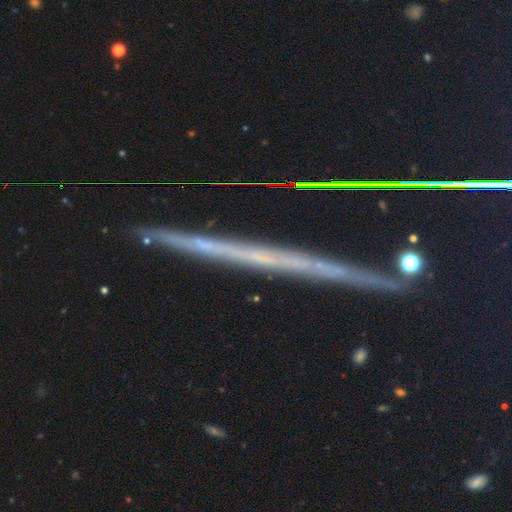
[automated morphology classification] featured or disk 46%, star or artifact 34%, smooth 20%. Down the decision tree: merging — none (88%).